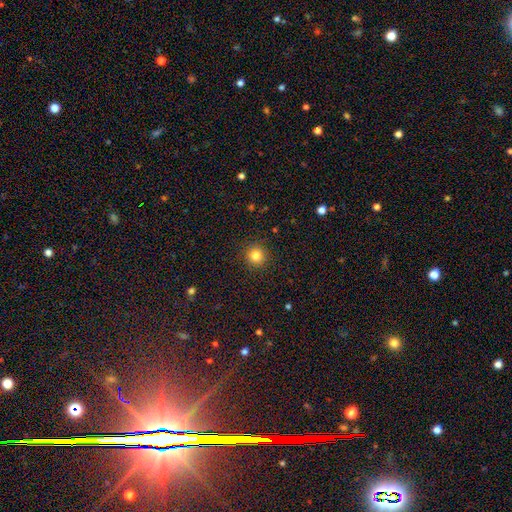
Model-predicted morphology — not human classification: The model was most divided on "smooth or featured": smooth: 83%, star or artifact: 12%, featured or disk: 5%. More confident: how rounded — round (94%); merging — none (92%).